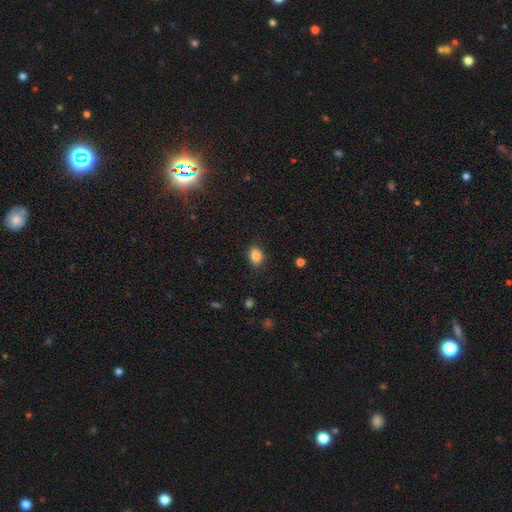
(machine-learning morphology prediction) Smooth or featured? smooth (85%)
How rounded? in between (67%)
Merging? none (87%)